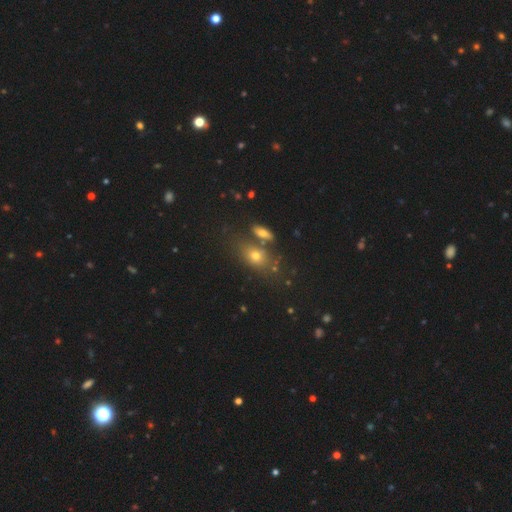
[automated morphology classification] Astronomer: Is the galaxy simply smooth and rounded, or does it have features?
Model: smooth — 64%.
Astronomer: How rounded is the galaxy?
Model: in between — 69%.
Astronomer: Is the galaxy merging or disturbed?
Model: none — 57%.